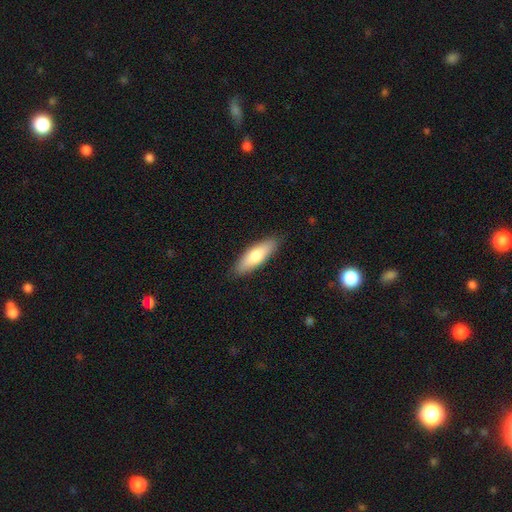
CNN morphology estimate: type=smooth (75%); roundness=in between (49%, tied with cigar-shaped); merging=none (88%).